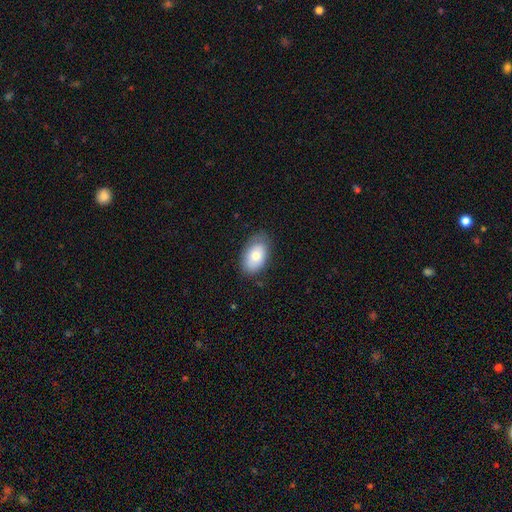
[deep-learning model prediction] The model was most divided on "smooth or featured": smooth: 74%, featured or disk: 19%, star or artifact: 7%. More confident: how rounded — in between (91%); merging — none (76%).